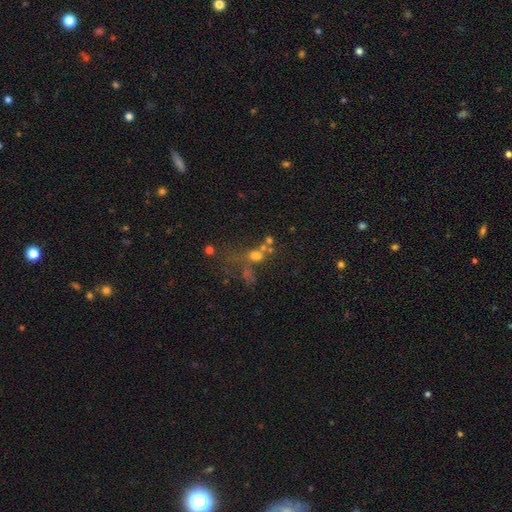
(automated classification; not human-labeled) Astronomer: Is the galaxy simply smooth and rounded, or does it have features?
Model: smooth — 49% (runner-up: star or artifact, 27%).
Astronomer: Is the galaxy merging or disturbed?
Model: merger — 35% (runner-up: none, 30%).